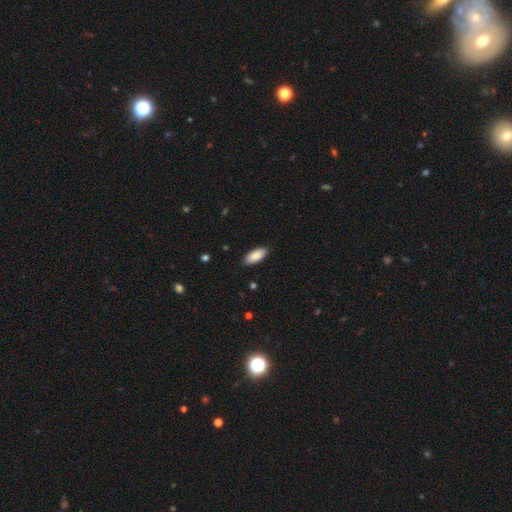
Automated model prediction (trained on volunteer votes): The model was most divided on "how rounded": in between: 84%, cigar-shaped: 15%, round: 2%. More confident: smooth or featured — smooth (89%); merging — none (89%).